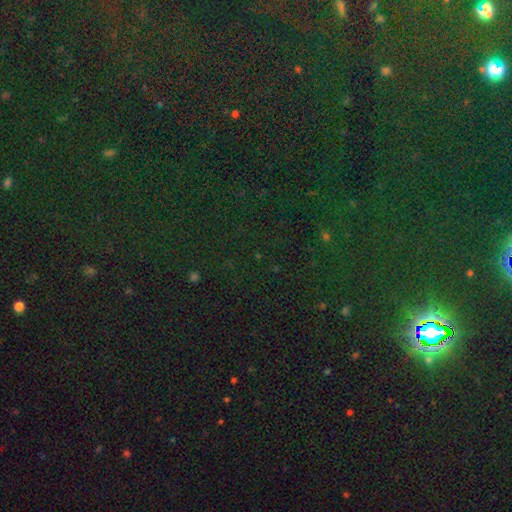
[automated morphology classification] Smooth or featured? Predicted: star or artifact (p=0.83).